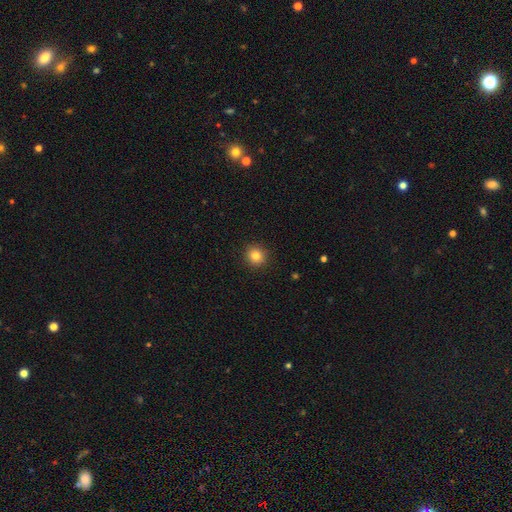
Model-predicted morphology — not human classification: Smooth or featured? Predicted: smooth (p=0.82). How rounded? Predicted: round (p=0.91). Merging? Predicted: none (p=0.92).